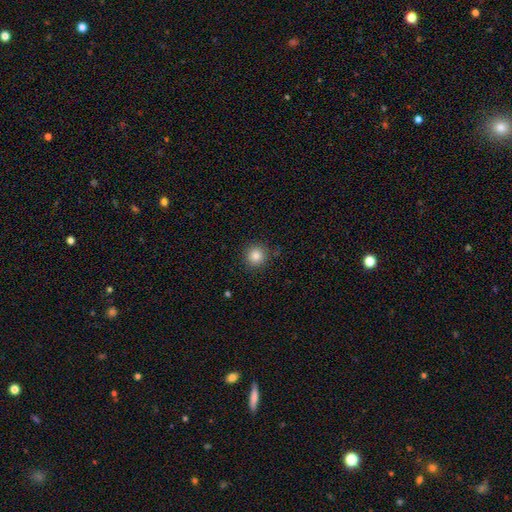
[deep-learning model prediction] Smooth or featured? Predicted: smooth (p=0.85). How rounded? Predicted: round (p=0.93). Merging? Predicted: none (p=0.89).